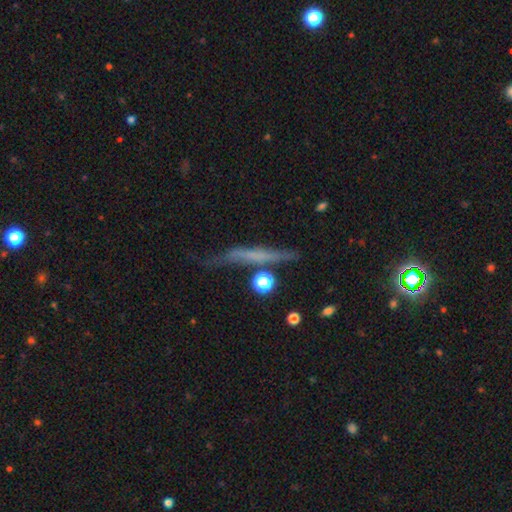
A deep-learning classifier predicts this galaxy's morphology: smooth_or_featured: featured or disk (p=0.47) [alt: smooth p=0.42]
merging: none (p=0.63) [alt: minor disturbance p=0.22]